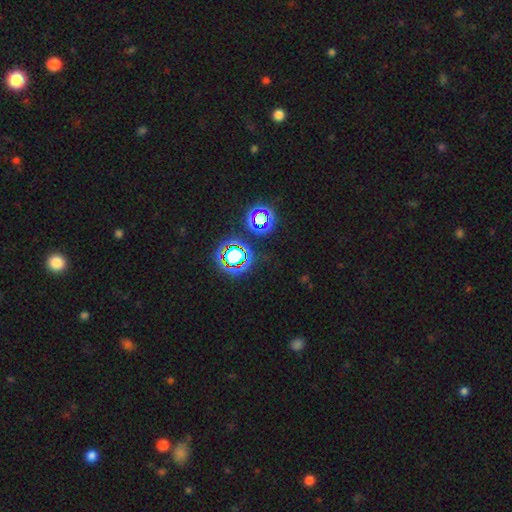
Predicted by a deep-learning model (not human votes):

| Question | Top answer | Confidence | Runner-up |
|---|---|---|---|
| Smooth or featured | star or artifact | 67% | smooth (24%) |